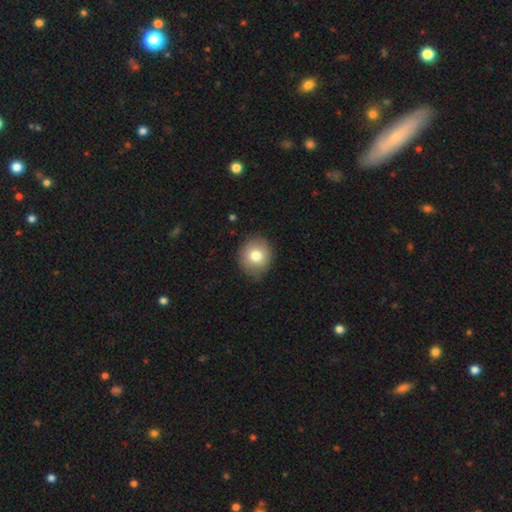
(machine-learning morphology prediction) Overall: smooth (79%). How rounded: round (83%). Merging: none (83%).